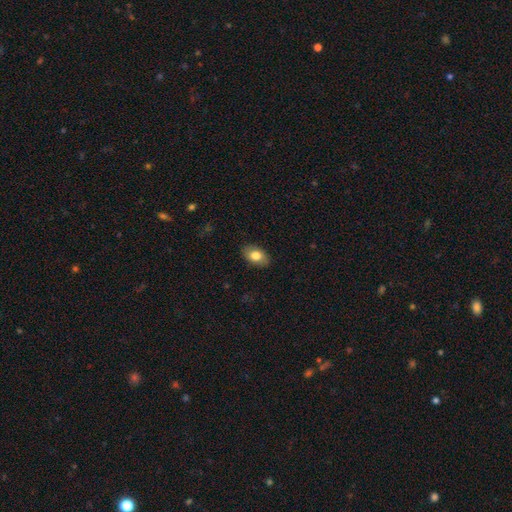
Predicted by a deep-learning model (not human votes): smooth-or-featured: smooth: 80% | featured or disk: 13% | star or artifact: 7%
  how-rounded: in between: 89% | round: 10% | cigar-shaped: 1%
  merging: none: 88% | minor disturbance: 9% | major disturbance: 2% | merger: 1%